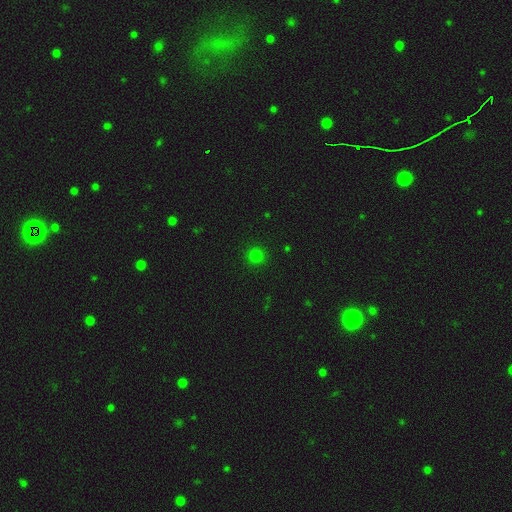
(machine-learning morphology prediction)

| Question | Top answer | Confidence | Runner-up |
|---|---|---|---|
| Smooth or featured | smooth | 78% | star or artifact (18%) |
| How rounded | round | 94% | in between (5%) |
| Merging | none | 92% | minor disturbance (5%) |